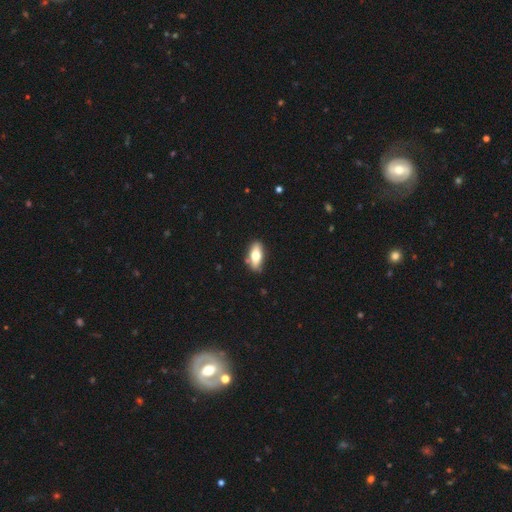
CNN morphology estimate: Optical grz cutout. It shows a smooth galaxy with no disk features (65%) that is in between round and cigar-shaped (78%). Merging: none (81%).